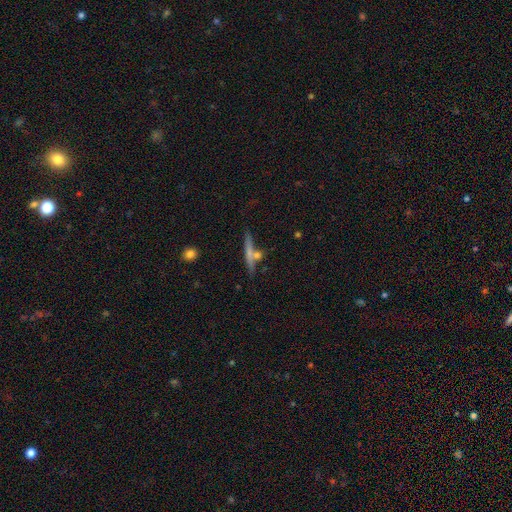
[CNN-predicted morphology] This appears to be a smooth galaxy with no disk features (51%) that is cigar-shaped (87%). Merging: none (64%).